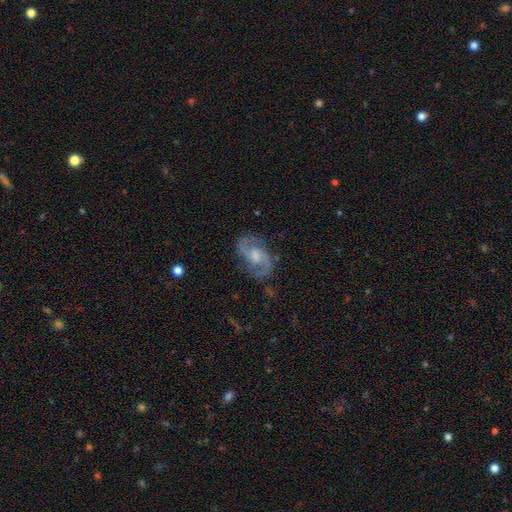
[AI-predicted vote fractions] featured or disk 86%, smooth 8%, star or artifact 6%. Down the decision tree: edge-on disk — no (97%); bar — weak (51%); spiral arms — yes (96%); spiral arm count — 2 (90%); spiral winding — medium (56%); bulge size — moderate (41%); merging — none (74%).